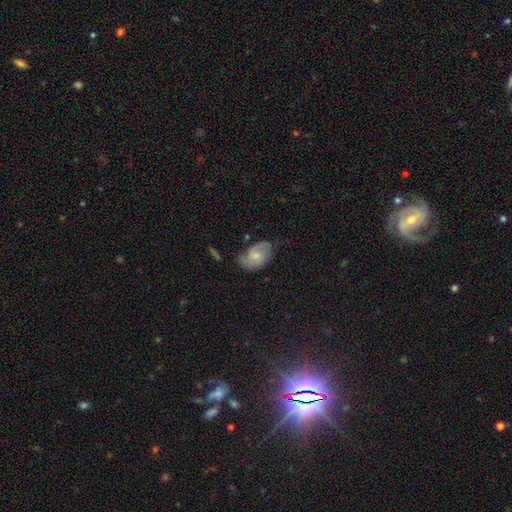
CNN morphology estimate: Smooth or featured? featured or disk (59%)
Edge-on disk? no (96%)
Bar? no (51%)
Spiral arms? yes (88%)
Spiral winding? medium (47%)
Spiral arm count? 2 (79%)
Bulge size? small (49%)
Merging? none (58%)